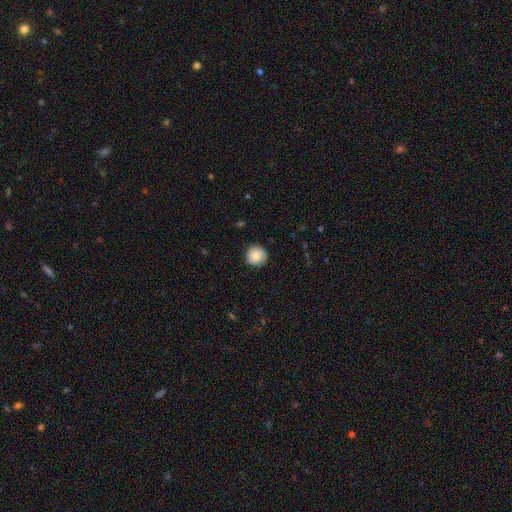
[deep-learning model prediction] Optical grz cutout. It shows a smooth galaxy with no disk features (81%) that is round (93%). Merging: none (85%).